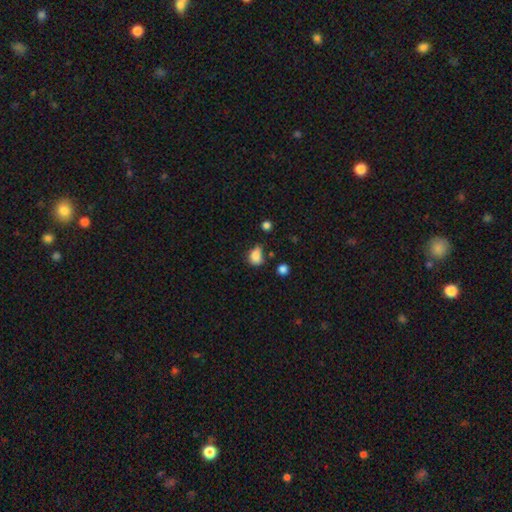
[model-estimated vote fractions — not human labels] Smooth or featured? smooth (83%)
How rounded? in between (57%)
Merging? none (42%)